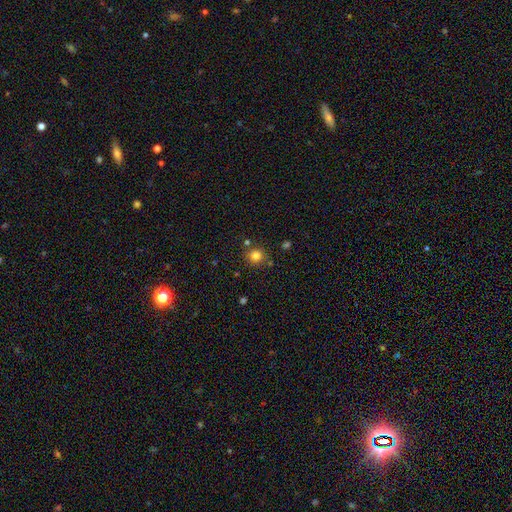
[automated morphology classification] This appears to be a smooth galaxy with no disk features (80%) that is round (91%). Merging: none (80%).